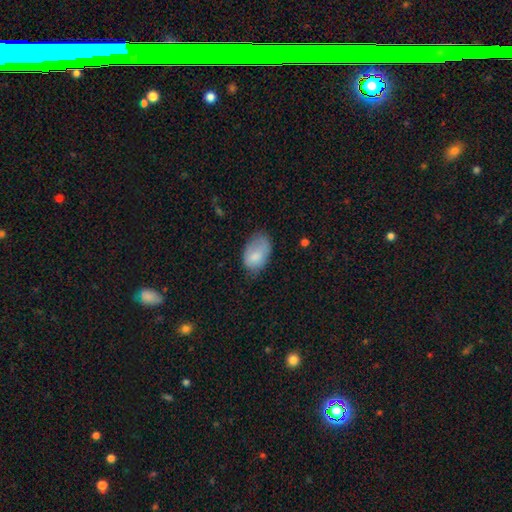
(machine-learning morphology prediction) A smooth galaxy with no disk features (80%) that is in between round and cigar-shaped (88%). Merging: none (50%).